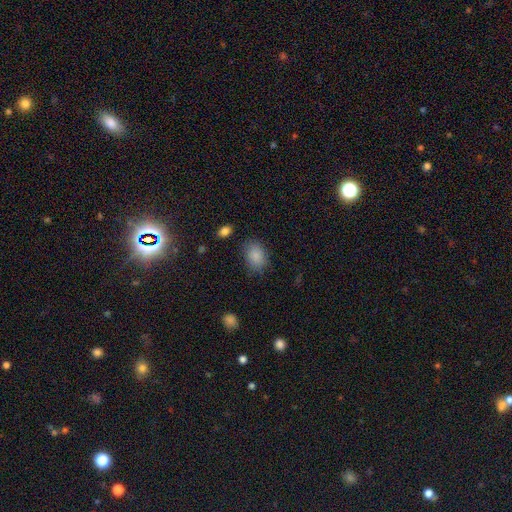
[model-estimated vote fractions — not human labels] Smooth or featured? Predicted: smooth (p=0.86). How rounded? Predicted: in between (p=0.75). Merging? Predicted: none (p=0.79).